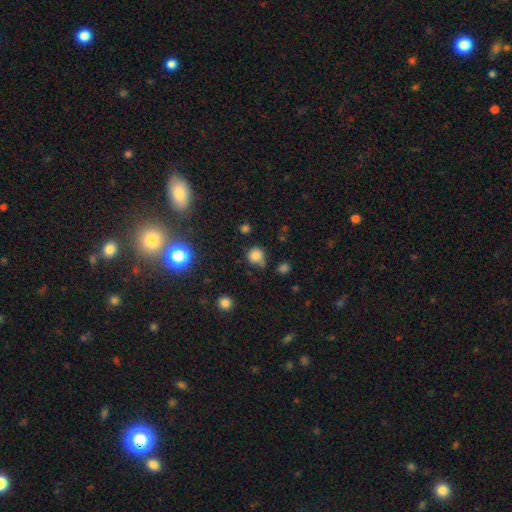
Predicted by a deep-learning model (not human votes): Morphology: type=smooth (79%); roundness=round (85%); merging=none (61%).